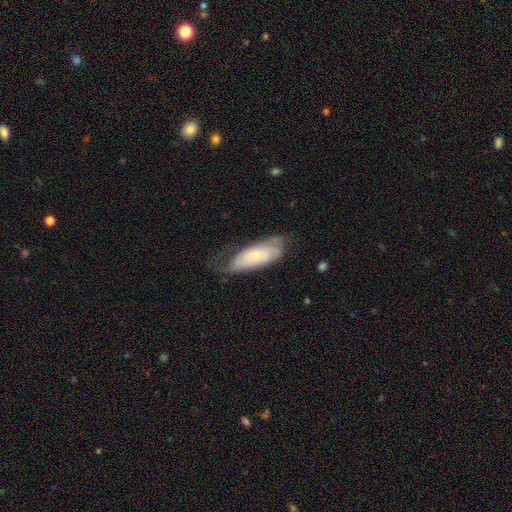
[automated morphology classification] Smooth or featured: smooth — 53% (featured or disk — 40%)
How rounded: in between — 72% (cigar-shaped — 26%)
Merging: none — 50% (minor disturbance — 33%)